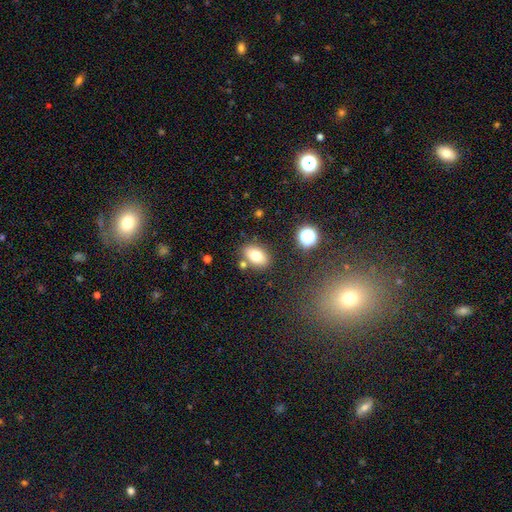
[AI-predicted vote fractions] Smooth or featured? smooth (77%)
How rounded? in between (85%)
Merging? none (77%)